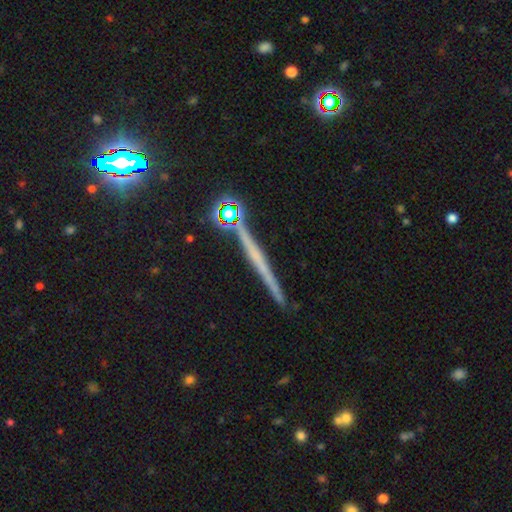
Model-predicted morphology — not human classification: A featured or disk galaxy (55%) viewed edge-on (97%) with no central bulge (78%). Merging: none (87%).